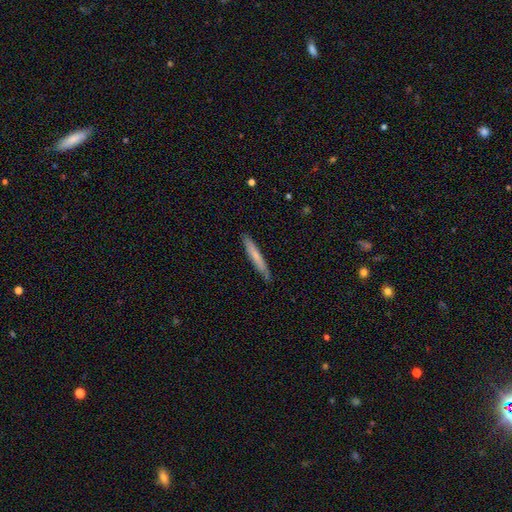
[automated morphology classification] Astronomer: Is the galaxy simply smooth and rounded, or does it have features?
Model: smooth — 67%.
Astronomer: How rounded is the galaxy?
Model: cigar-shaped — 95%.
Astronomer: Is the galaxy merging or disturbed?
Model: none — 86%.